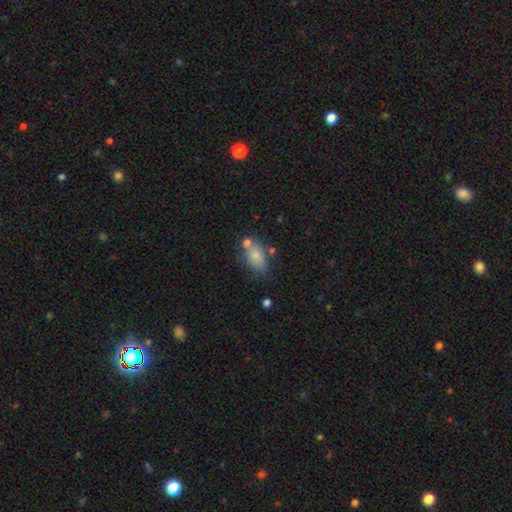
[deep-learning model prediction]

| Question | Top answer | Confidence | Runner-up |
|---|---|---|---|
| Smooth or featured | smooth | 79% | featured or disk (12%) |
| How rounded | in between | 86% | round (11%) |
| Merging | none | 58% | minor disturbance (19%) |